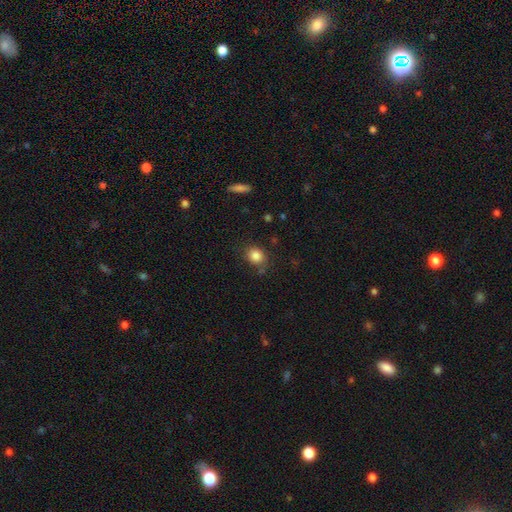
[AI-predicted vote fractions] Smooth or featured?
  - smooth: 85% *
  - star or artifact: 10%
  - featured or disk: 5%
How rounded?
  - round: 64% *
  - in between: 34%
  - cigar-shaped: 1%
Merging?
  - none: 77% *
  - minor disturbance: 15%
  - major disturbance: 4%
  - merger: 4%